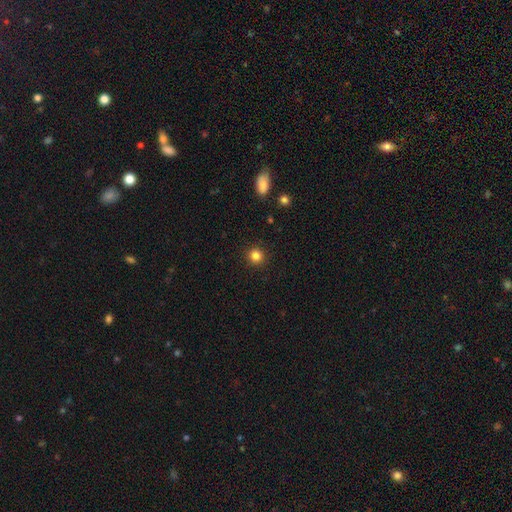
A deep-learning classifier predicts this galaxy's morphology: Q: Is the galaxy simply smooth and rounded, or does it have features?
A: smooth — 84%.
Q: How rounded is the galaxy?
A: round — 93%.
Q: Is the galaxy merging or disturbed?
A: none — 92%.